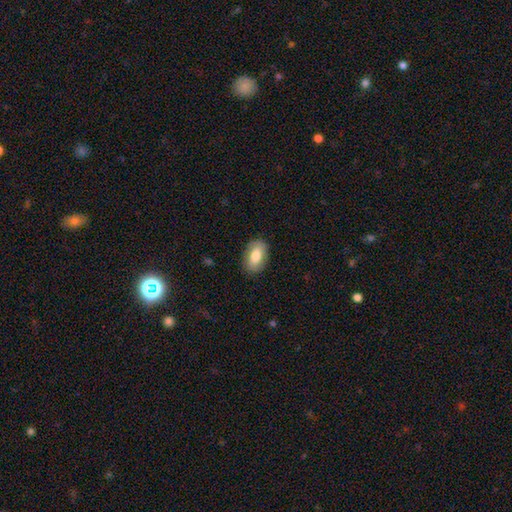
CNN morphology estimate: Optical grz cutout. It shows a smooth galaxy with no disk features (78%) that is in between round and cigar-shaped (91%). Merging: none (86%).